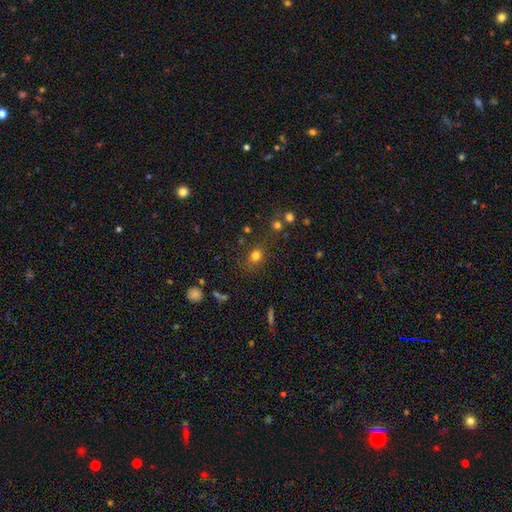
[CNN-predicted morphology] This appears to be a smooth galaxy with no disk features (74%) that is round (71%). Merging: none (73%).